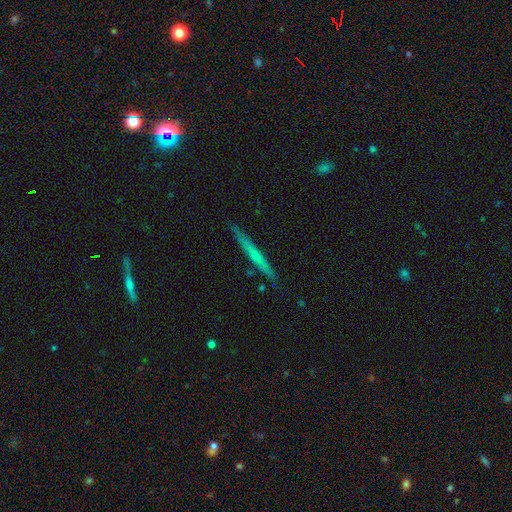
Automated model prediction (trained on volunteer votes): Overall: featured or disk (63%; smooth 30%). Edge-on disk: yes (97%). Edge-on bulge: rounded (56%; none 41%). Merging: none (89%).